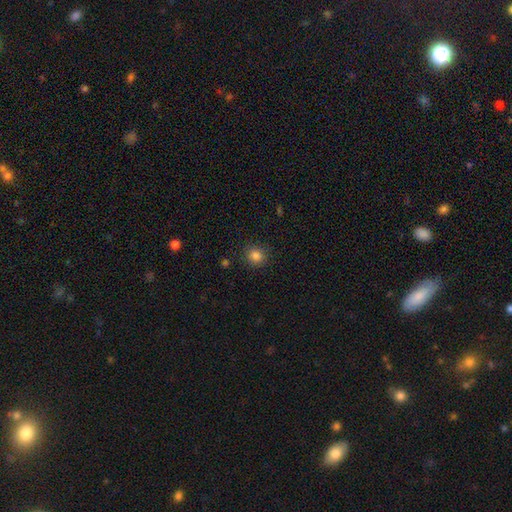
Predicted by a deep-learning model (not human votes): This is clearly a smooth galaxy (84%). How rounded: clearly round (86%). Merging: clearly none (88%).